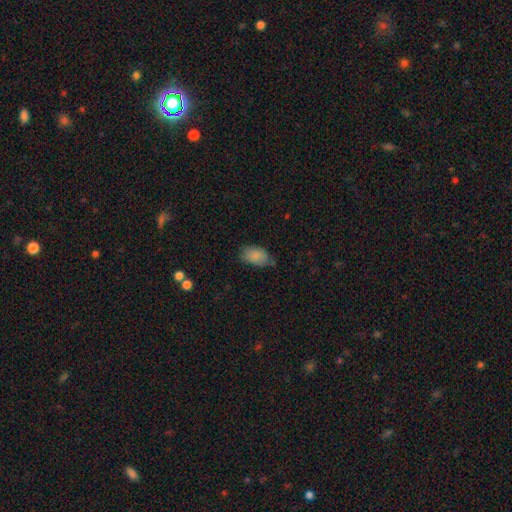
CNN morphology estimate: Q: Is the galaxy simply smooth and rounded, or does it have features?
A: smooth — 86%.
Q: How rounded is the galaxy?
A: in between — 92%.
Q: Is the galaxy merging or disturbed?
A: none — 69%.